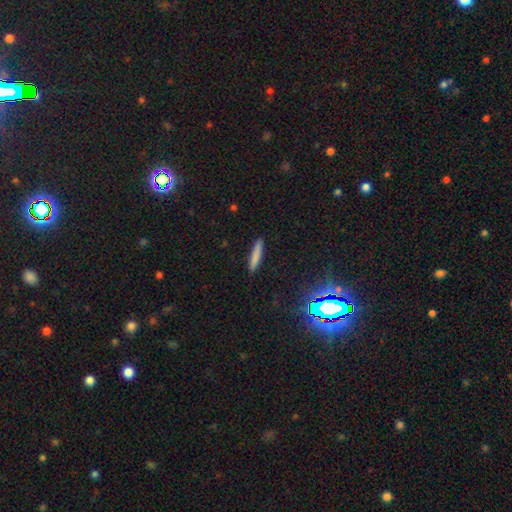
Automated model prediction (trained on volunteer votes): A smooth galaxy with no disk features (80%) that is cigar-shaped (91%). Merging: none (90%).